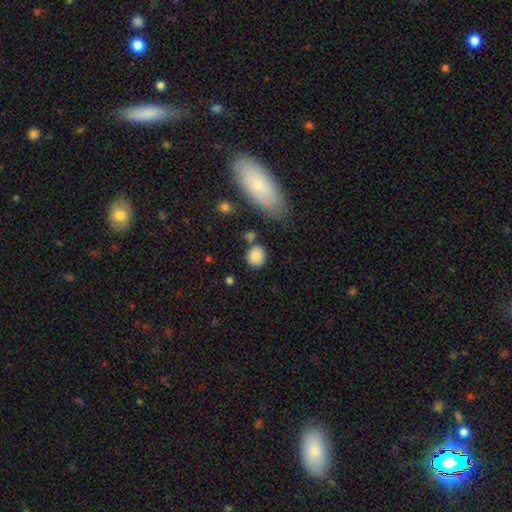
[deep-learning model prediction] Smooth or featured: smooth — 85% (star or artifact — 9%)
How rounded: round — 86% (in between — 13%)
Merging: none — 75% (minor disturbance — 13%)